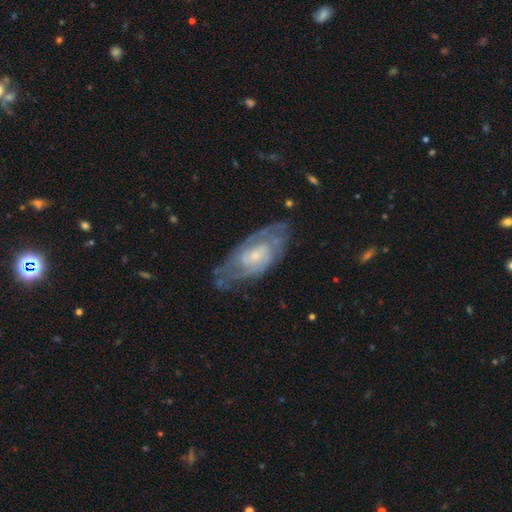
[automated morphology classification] smooth-or-featured: featured or disk: 78% | smooth: 16% | star or artifact: 6%
  disk-edge-on: no: 92% | yes: 8%
    bar: no: 59% | weak: 34% | strong: 7%
    has-spiral-arms: yes: 85% | no: 15%
      spiral-winding: tight: 55% | medium: 35% | loose: 10%
      spiral-arm-count: can't tell: 45% | 2: 36% | 3: 9% | 1: 4% | 4: 4% | more than 4: 3%
    bulge-size: small: 59% | moderate: 31% | none: 6% | large: 4% | dominant: 1%
  merging: none: 65% | minor disturbance: 22% | major disturbance: 10% | merger: 2%